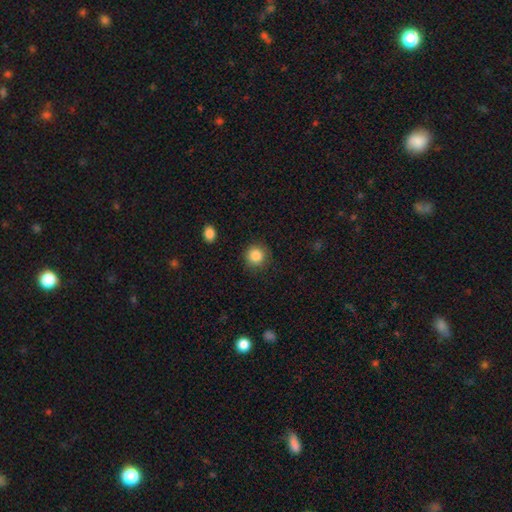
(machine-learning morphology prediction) Smooth or featured? Predicted: smooth (p=0.85). How rounded? Predicted: round (p=0.93). Merging? Predicted: none (p=0.89).